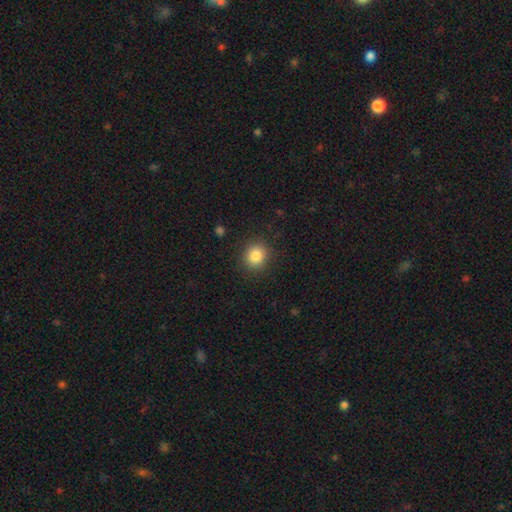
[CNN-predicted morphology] This is clearly a smooth galaxy (85%). How rounded: clearly round (83%). Merging: clearly none (89%).